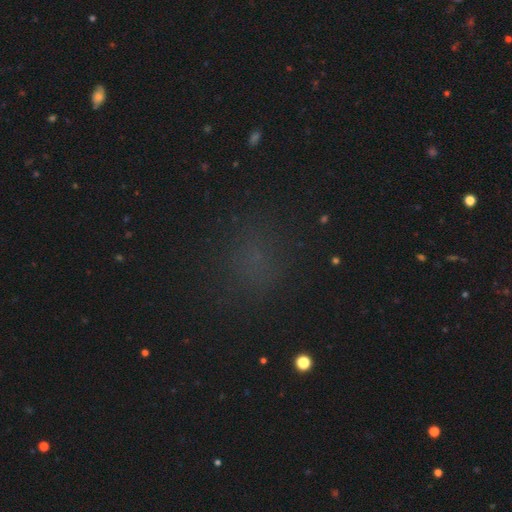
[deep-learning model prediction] Smooth or featured: smooth — 50% (star or artifact — 41%)
How rounded: round — 68% (in between — 29%)
Merging: none — 82% (minor disturbance — 10%)